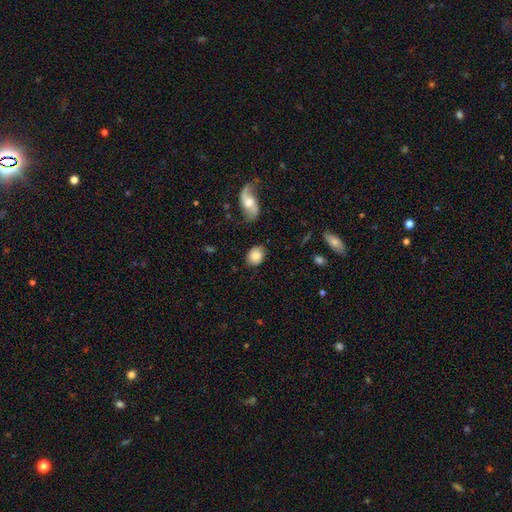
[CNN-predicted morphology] Q: Smooth or featured?
A: smooth (82%); runner-up: featured or disk (11%)
Q: How rounded?
A: in between (58%); runner-up: round (40%)
Q: Merging?
A: none (79%); runner-up: minor disturbance (14%)